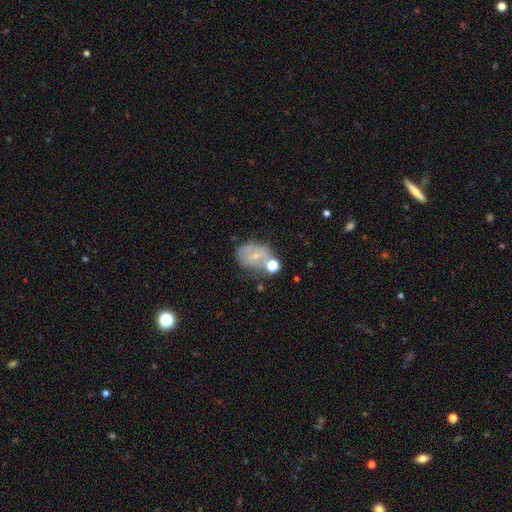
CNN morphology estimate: The model was most divided on "smooth or featured": smooth: 49%, featured or disk: 38%, star or artifact: 12%. Remaining: merging — none (42%).